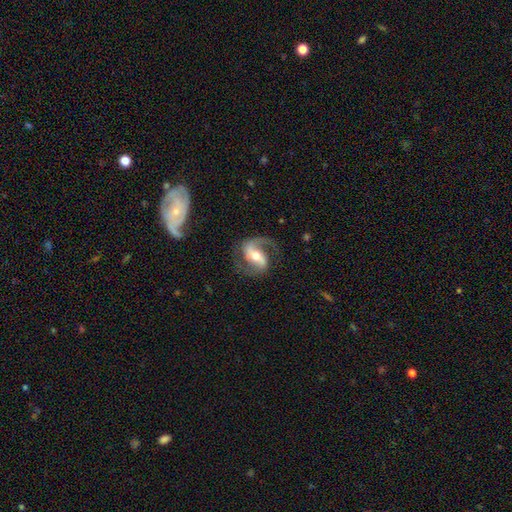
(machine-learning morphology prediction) smooth-or-featured: featured or disk: 87% | smooth: 8% | star or artifact: 5%
  disk-edge-on: no: 97% | yes: 3%
    bar: strong: 42% | weak: 36% | no: 22%
    has-spiral-arms: yes: 96% | no: 4%
      spiral-winding: medium: 50% | loose: 35% | tight: 15%
      spiral-arm-count: 2: 86% | 1: 8% | can't tell: 2% | 3: 1% | 4: 1% | more than 4: 1%
    bulge-size: moderate: 66% | small: 25% | large: 6% | none: 1% | dominant: 1%
  merging: none: 74% | minor disturbance: 14% | major disturbance: 10% | merger: 2%